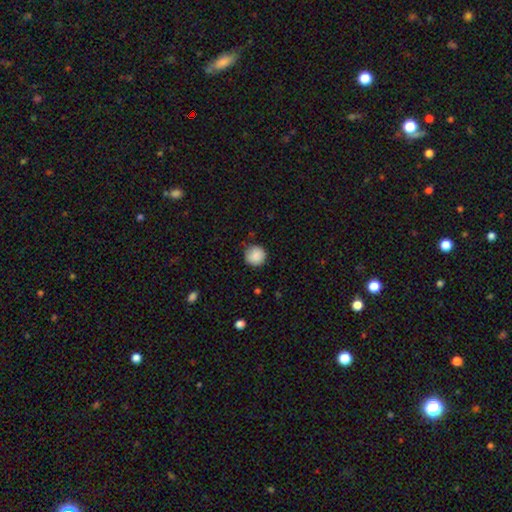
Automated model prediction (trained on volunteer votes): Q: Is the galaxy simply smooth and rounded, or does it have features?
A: smooth — 88%.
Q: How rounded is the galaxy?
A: round — 94%.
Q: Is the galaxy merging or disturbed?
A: none — 84%.